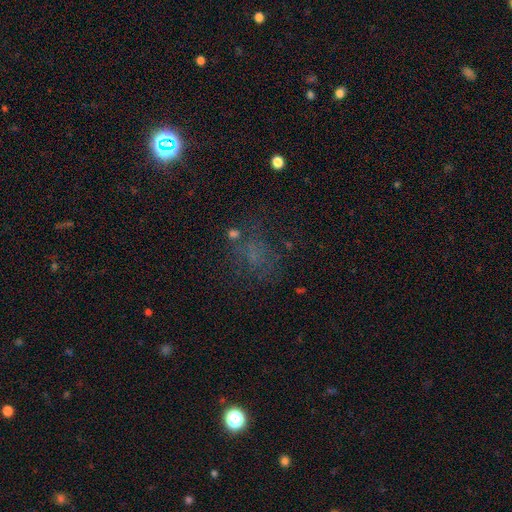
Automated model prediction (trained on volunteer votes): Q: Smooth or featured?
A: smooth (41%); runner-up: star or artifact (32%)
Q: Merging?
A: none (53%); runner-up: major disturbance (23%)